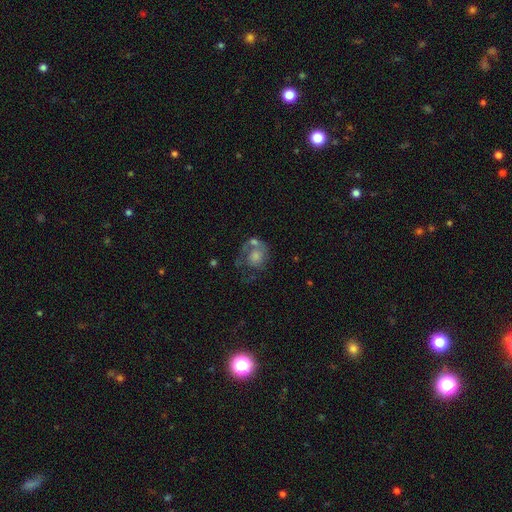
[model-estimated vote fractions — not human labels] Morphology: type=smooth (47%); merging=none (31%).